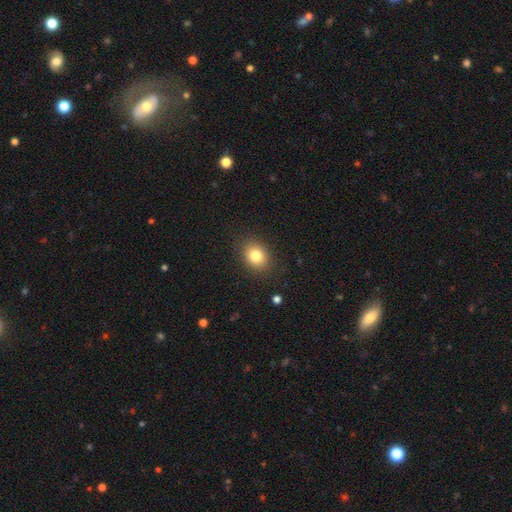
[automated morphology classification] Overall: smooth (81%). How rounded: in between (51%; round 48%). Merging: none (87%).